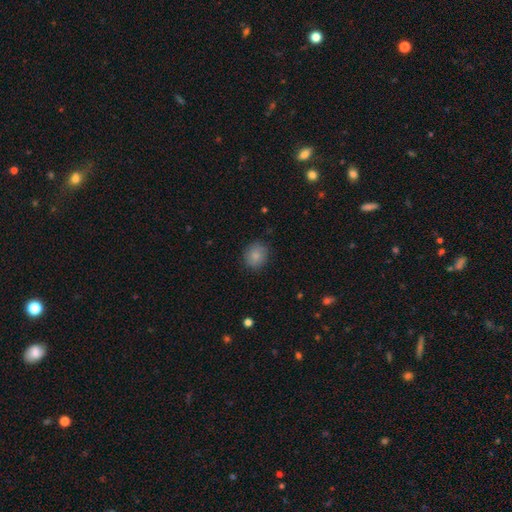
Q: Smooth or featured?
A: smooth (86%); runner-up: featured or disk (11%)
Q: How rounded?
A: round (91%); runner-up: in between (9%)
Q: Merging?
A: none (92%); runner-up: minor disturbance (6%)